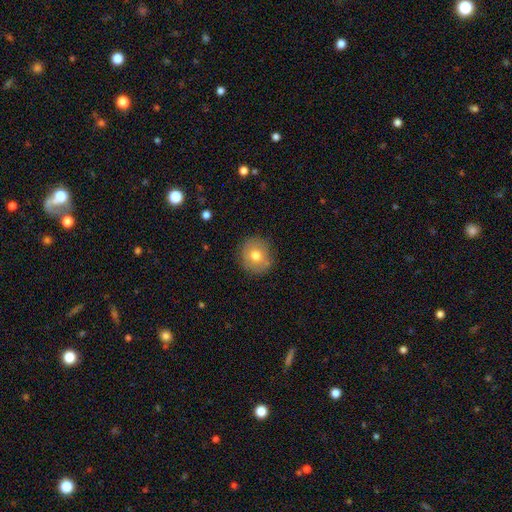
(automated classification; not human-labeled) A smooth galaxy with no disk features (70%) that is round (88%).

Vote fractions:
- Smooth or featured? smooth: 70% / featured or disk: 20% / star or artifact: 9%
- How rounded? round: 88% / in between: 12% / cigar-shaped: 1%
- Merging? none: 85% / minor disturbance: 11% / major disturbance: 3% / merger: 1%